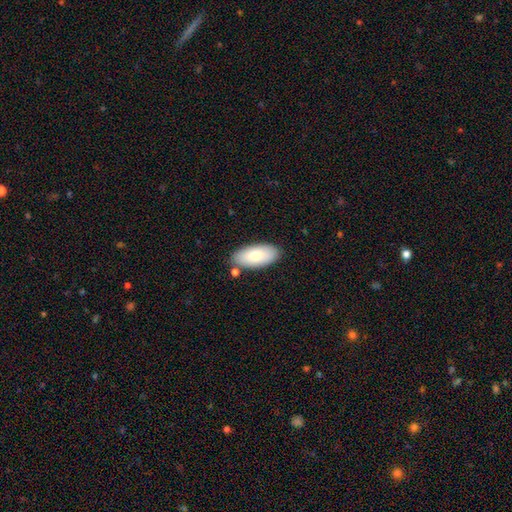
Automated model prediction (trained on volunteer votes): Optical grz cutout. It shows a smooth galaxy with no disk features (77%) that is in between round and cigar-shaped (92%). Merging: none (82%).